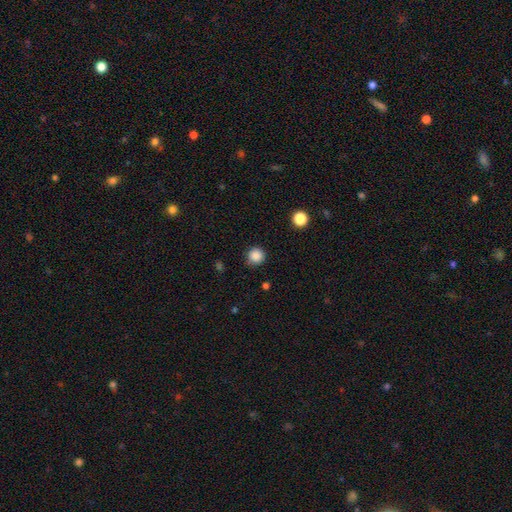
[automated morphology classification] smooth 86%, star or artifact 11%, featured or disk 3%. Down the decision tree: how rounded — round (94%); merging — none (85%).